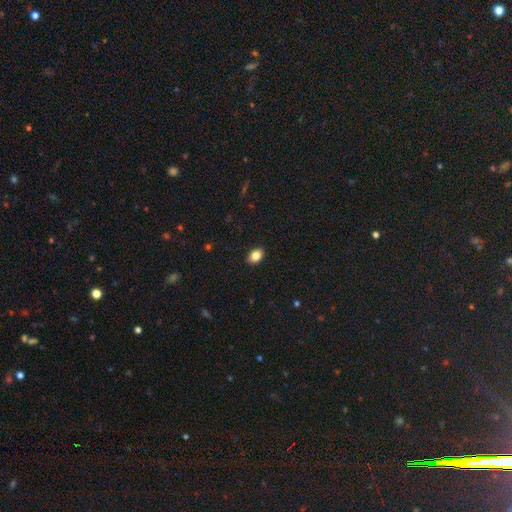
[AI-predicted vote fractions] Smooth or featured: smooth — 84% (star or artifact — 9%)
How rounded: in between — 80% (round — 18%)
Merging: none — 89% (minor disturbance — 8%)